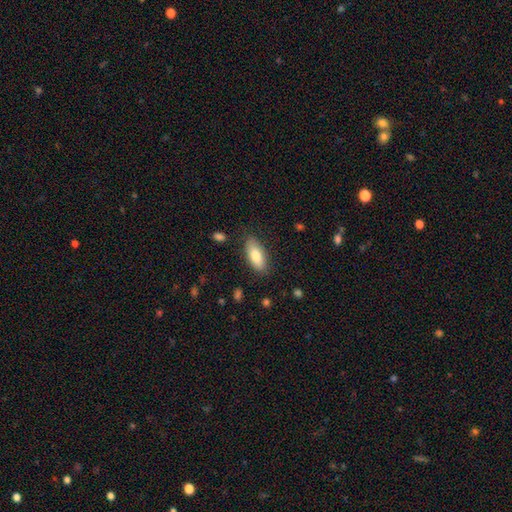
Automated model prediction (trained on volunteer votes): smooth 82%, featured or disk 12%, star or artifact 6%. Down the decision tree: how rounded — in between (82%); merging — none (84%).